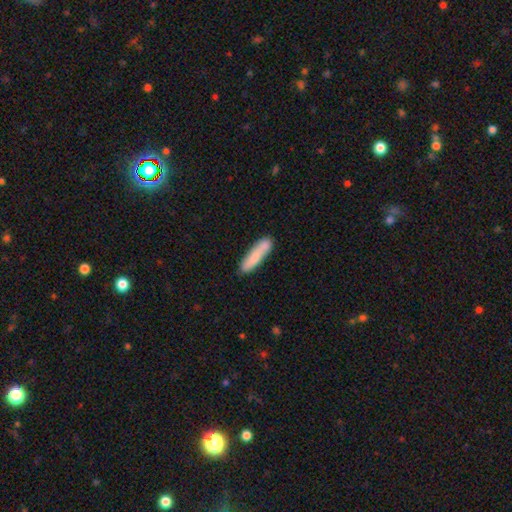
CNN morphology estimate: This appears to be a smooth galaxy with no disk features (74%) that is cigar-shaped (79%). Merging: none (79%).